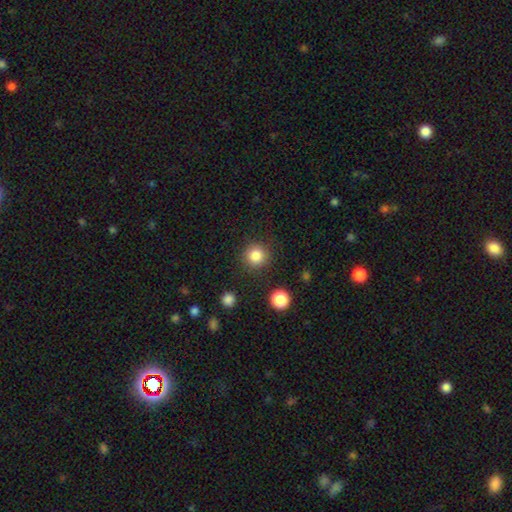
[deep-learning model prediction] Q: Smooth or featured?
A: smooth (84%); runner-up: star or artifact (11%)
Q: How rounded?
A: round (94%); runner-up: in between (6%)
Q: Merging?
A: none (86%); runner-up: minor disturbance (8%)